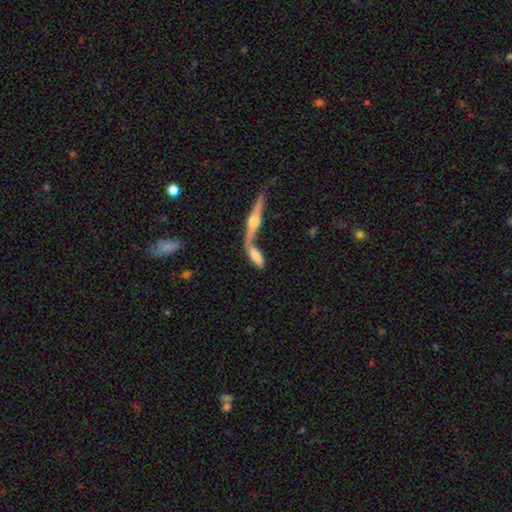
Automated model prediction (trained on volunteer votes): Smooth or featured? Predicted: smooth (p=0.60). How rounded? Predicted: in between (p=0.64). Merging? Predicted: merger (p=0.58).